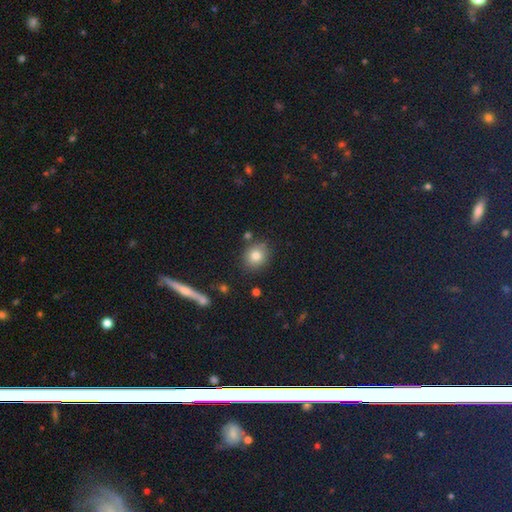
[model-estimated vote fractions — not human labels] A smooth galaxy with no disk features (80%) that is round (76%).

Vote fractions:
- Smooth or featured? smooth: 80% / star or artifact: 11% / featured or disk: 9%
- How rounded? round: 76% / in between: 23% / cigar-shaped: 1%
- Merging? none: 83% / minor disturbance: 10% / merger: 5% / major disturbance: 3%